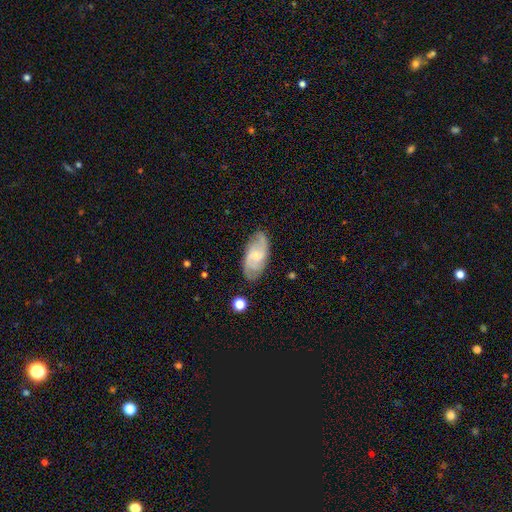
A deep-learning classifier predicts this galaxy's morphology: smooth-or-featured: featured or disk: 65% | smooth: 28% | star or artifact: 7%
  disk-edge-on: no: 94% | yes: 6%
    bar: no: 55% | weak: 39% | strong: 6%
    has-spiral-arms: yes: 92% | no: 8%
      spiral-winding: medium: 47% | tight: 31% | loose: 22%
      spiral-arm-count: 2: 56% | can't tell: 22% | 3: 13% | 4: 3% | 1: 3% | more than 4: 3%
    bulge-size: small: 61% | moderate: 23% | none: 12% | large: 2% | dominant: 1%
  merging: none: 76% | minor disturbance: 18% | major disturbance: 5% | merger: 2%